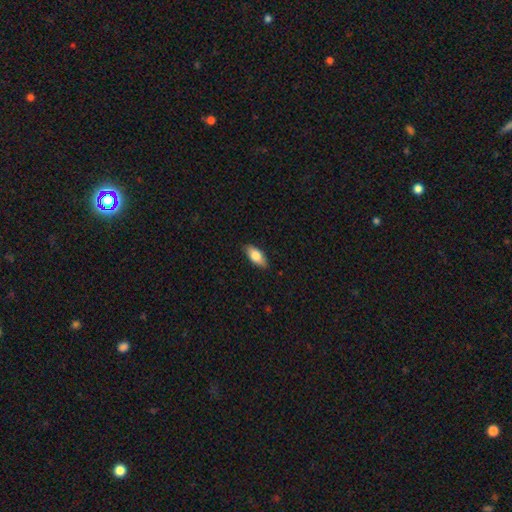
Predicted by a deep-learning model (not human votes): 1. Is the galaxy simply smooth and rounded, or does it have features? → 76% smooth, 17% featured or disk, 6% star or artifact.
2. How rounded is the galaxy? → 84% in between, 14% cigar-shaped, 3% round.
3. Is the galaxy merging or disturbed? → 87% none, 10% minor disturbance, 2% major disturbance, 1% merger.